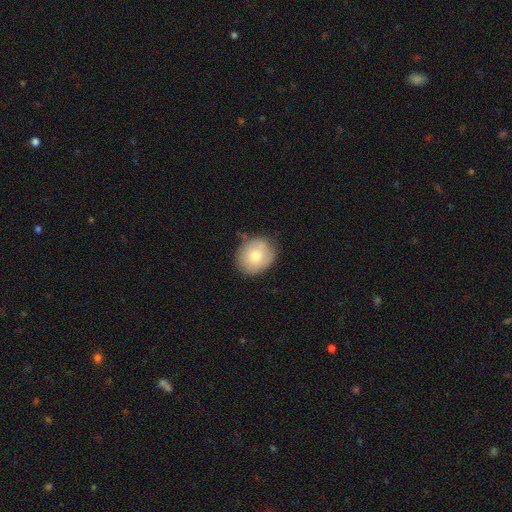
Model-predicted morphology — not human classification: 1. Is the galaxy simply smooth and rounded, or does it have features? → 69% smooth, 23% featured or disk, 8% star or artifact.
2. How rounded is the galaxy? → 75% round, 25% in between, 1% cigar-shaped.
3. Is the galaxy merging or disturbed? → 77% none, 17% minor disturbance, 4% major disturbance, 2% merger.